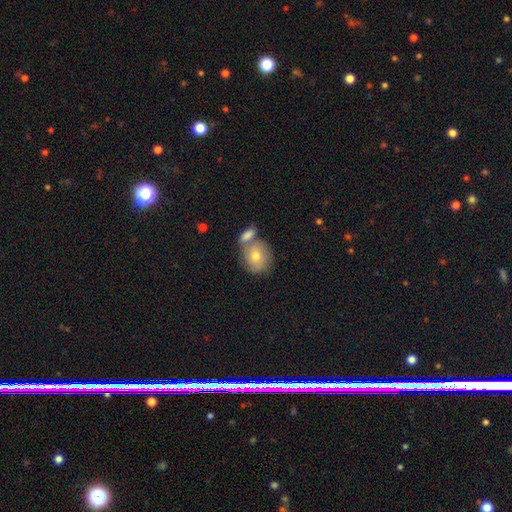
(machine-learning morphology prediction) smooth_or_featured: smooth (p=0.68) [alt: featured or disk p=0.24]
how_rounded: round (p=0.63) [alt: in between p=0.36]
merging: none (p=0.43) [alt: merger p=0.40]